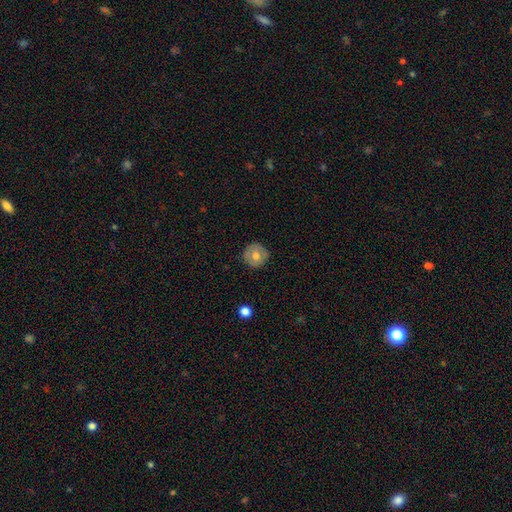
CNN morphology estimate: This is likely a smooth galaxy (70%). How rounded: clearly round (94%). Merging: clearly none (86%).